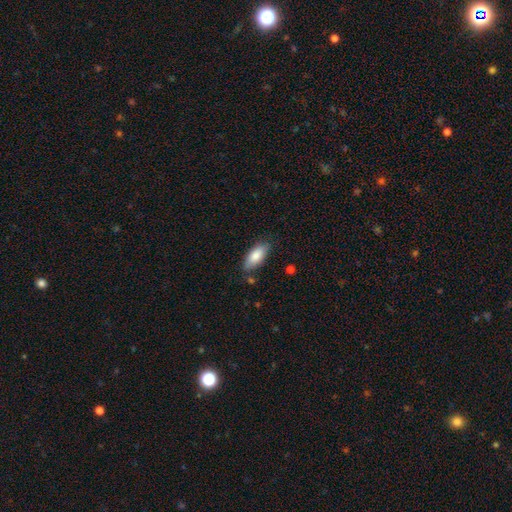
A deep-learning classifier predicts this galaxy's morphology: A smooth galaxy with no disk features (81%) that is in between round and cigar-shaped (83%). Merging: none (77%).